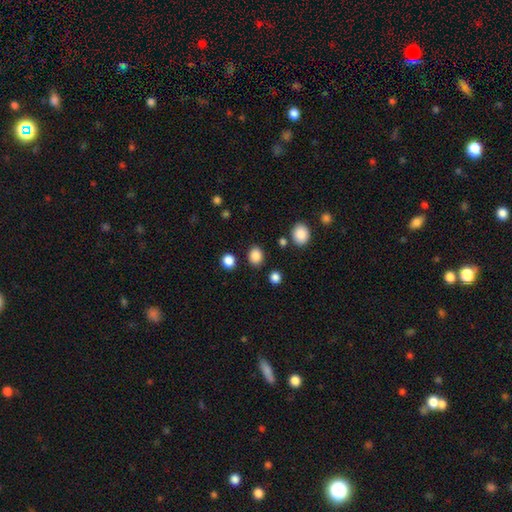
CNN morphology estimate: This appears to be a smooth galaxy with no disk features (86%) that is round (54%). Merging: none (86%).